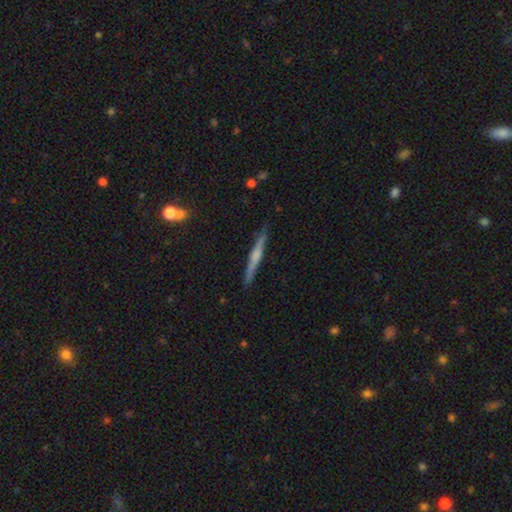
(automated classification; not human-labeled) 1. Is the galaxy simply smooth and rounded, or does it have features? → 61% featured or disk, 33% smooth, 6% star or artifact.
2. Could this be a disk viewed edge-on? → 98% yes, 2% no.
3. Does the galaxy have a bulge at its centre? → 57% rounded, 30% none, 13% boxy.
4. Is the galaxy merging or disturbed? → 89% none, 8% minor disturbance, 1% major disturbance, 1% merger.